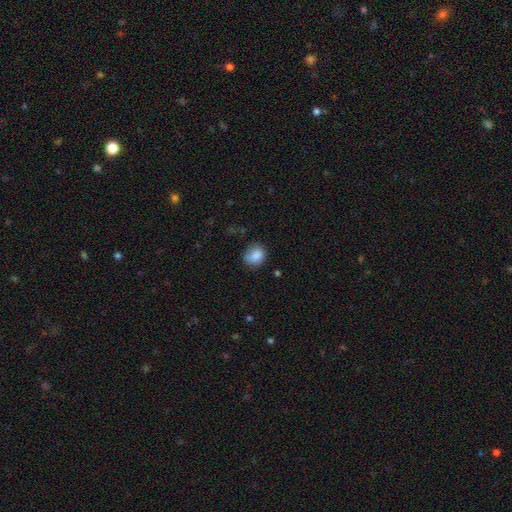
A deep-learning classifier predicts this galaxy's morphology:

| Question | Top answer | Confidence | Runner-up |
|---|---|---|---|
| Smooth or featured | smooth | 84% | star or artifact (9%) |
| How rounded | round | 65% | in between (35%) |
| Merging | none | 60% | minor disturbance (28%) |